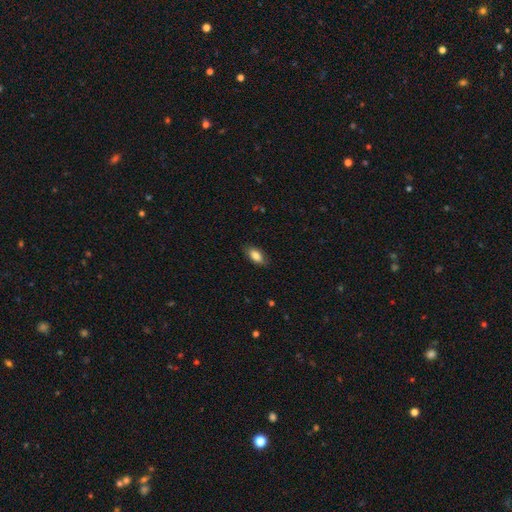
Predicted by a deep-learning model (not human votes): This is clearly a smooth galaxy (83%). How rounded: clearly in between (89%). Merging: clearly none (83%).